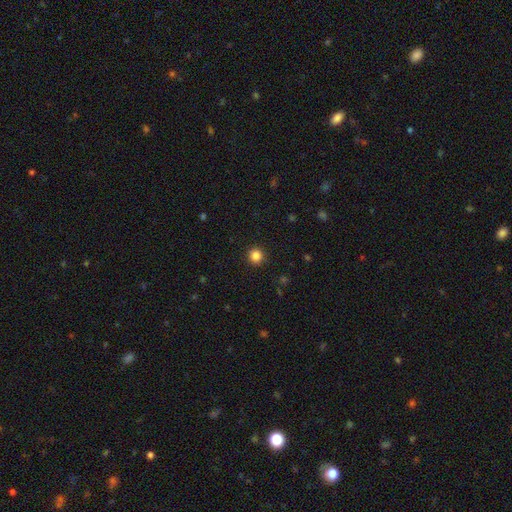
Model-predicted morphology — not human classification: type=smooth (84%); roundness=round (95%); merging=none (93%).